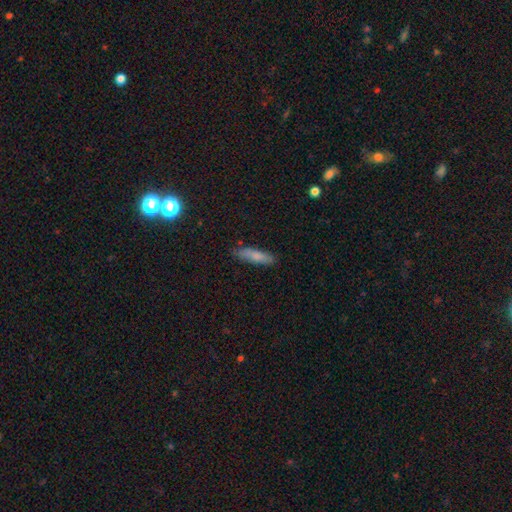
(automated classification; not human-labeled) smooth 79%, featured or disk 14%, star or artifact 7%. Down the decision tree: how rounded — cigar-shaped (71%); merging — none (81%).